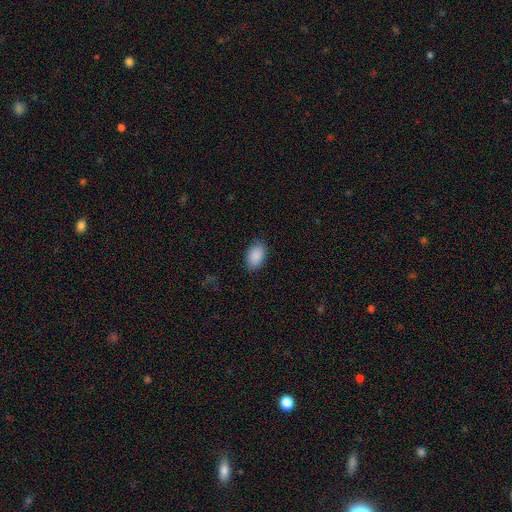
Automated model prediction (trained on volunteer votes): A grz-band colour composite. It shows a smooth galaxy with no disk features (90%) that is in between round and cigar-shaped (91%). Merging: none (84%).